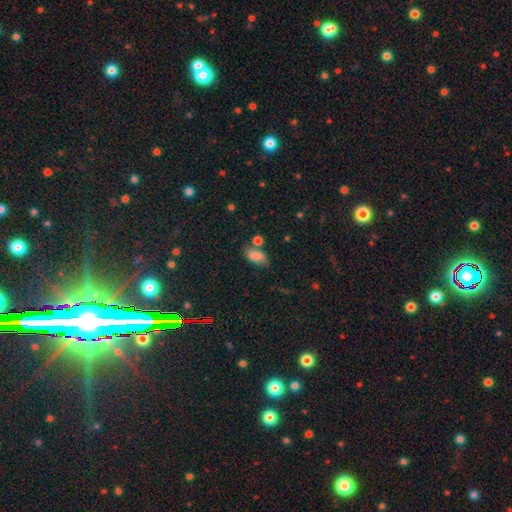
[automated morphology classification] The model was most divided on "merging": none: 51%, minor disturbance: 25%, merger: 16%, major disturbance: 9%. More confident: how rounded — in between (89%); smooth or featured — smooth (79%).